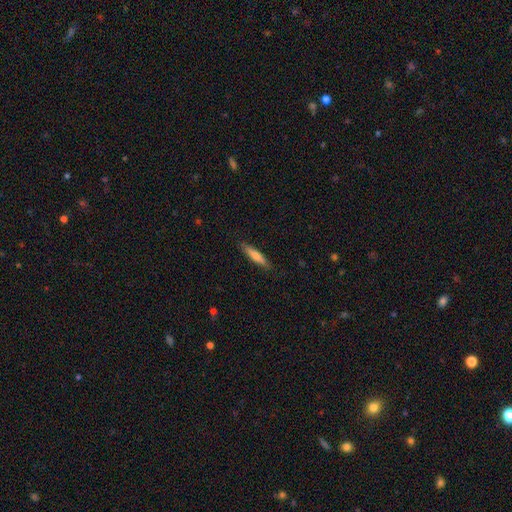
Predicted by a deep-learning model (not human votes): Smooth or featured? smooth (61%)
How rounded? cigar-shaped (85%)
Merging? none (88%)